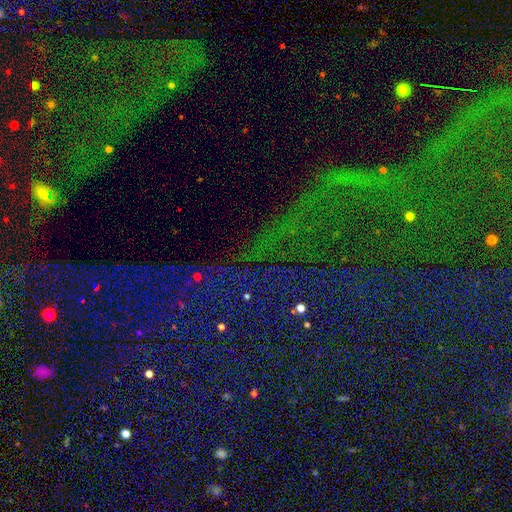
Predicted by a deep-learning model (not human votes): Morphology: type=star or artifact (80%).